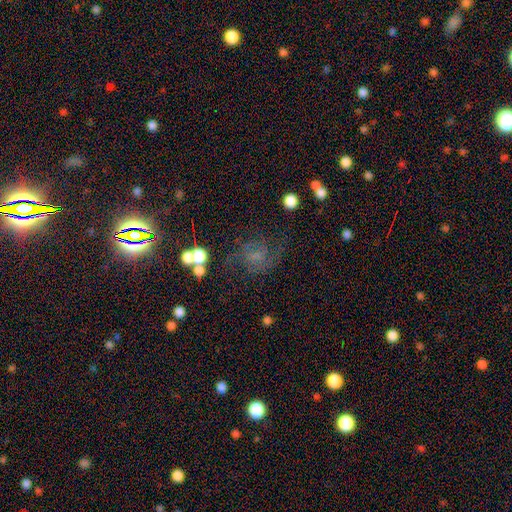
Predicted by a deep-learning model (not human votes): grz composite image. It shows a featured or disk galaxy (52%) with no bar (57%), spiral arms (86%) and a small central bulge (36%, tied with none). Merging: none (58%).